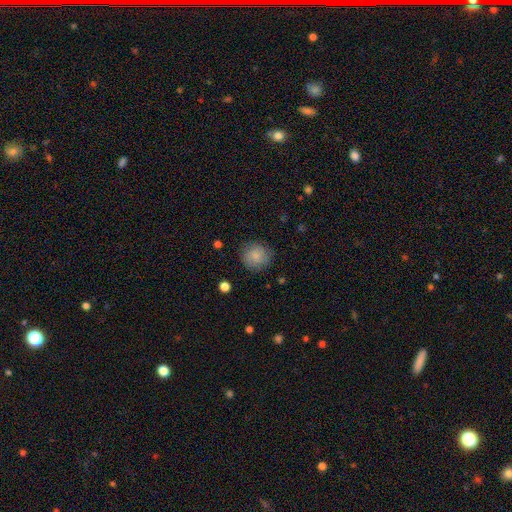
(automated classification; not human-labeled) smooth-or-featured: smooth: 82% | featured or disk: 10% | star or artifact: 8%
  how-rounded: round: 87% | in between: 12% | cigar-shaped: 1%
  merging: none: 82% | minor disturbance: 13% | major disturbance: 4% | merger: 1%